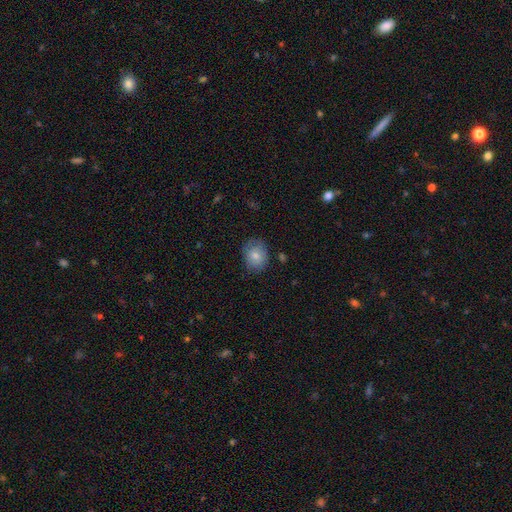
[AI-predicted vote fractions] smooth_or_featured: smooth (p=0.77) [alt: featured or disk p=0.15]
how_rounded: round (p=0.50) [tied with: in between p=0.50]
merging: none (p=0.75) [alt: minor disturbance p=0.19]